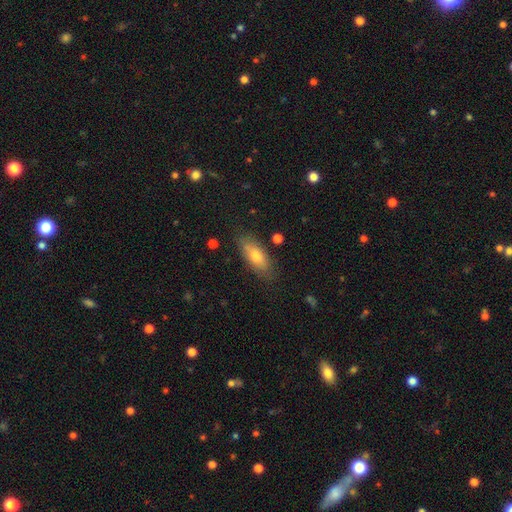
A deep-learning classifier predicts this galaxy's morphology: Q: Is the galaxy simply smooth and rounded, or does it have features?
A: smooth — 72%.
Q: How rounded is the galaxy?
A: in between — 74%.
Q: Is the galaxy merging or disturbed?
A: none — 81%.